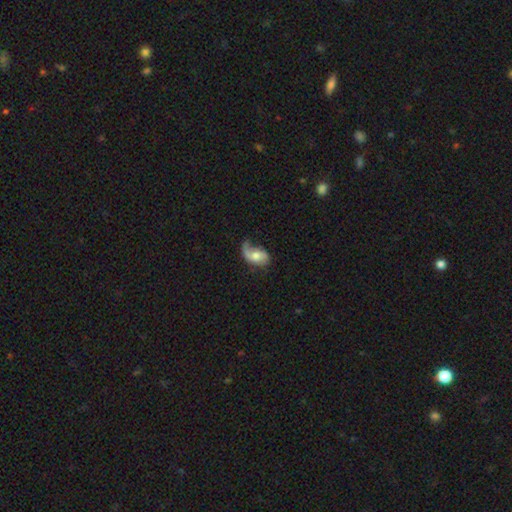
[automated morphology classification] Smooth or featured: featured or disk — 58% (smooth — 35%)
Edge-on disk: no — 96% (yes — 4%)
Bar: no — 69% (weak — 26%)
Spiral arms: yes — 84% (no — 16%)
Bulge size: moderate — 61% (small — 20%)
Merging: none — 36% (major disturbance — 31%)